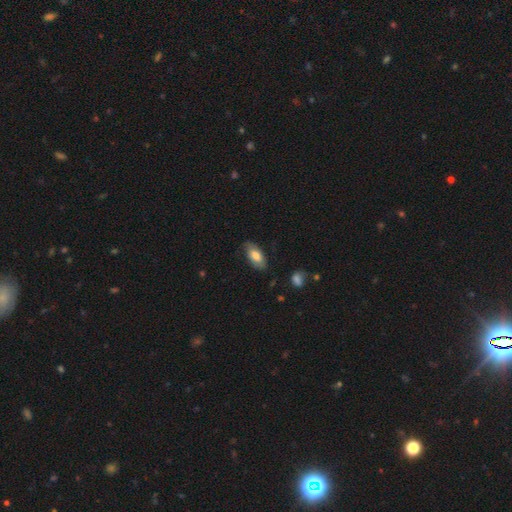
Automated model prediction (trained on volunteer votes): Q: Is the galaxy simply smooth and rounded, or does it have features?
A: smooth — 73%.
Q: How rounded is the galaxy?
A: in between — 90%.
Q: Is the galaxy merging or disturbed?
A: none — 76%.